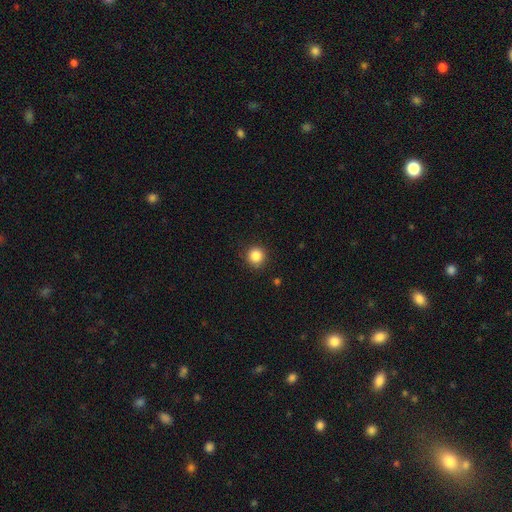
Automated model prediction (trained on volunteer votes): Morphology: type=smooth (86%); roundness=round (94%); merging=none (89%).